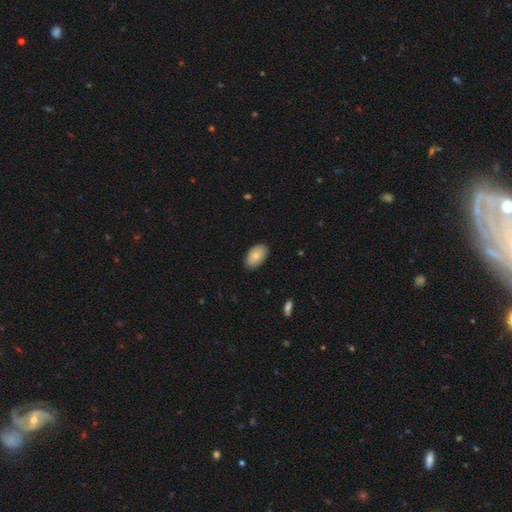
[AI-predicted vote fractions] Smooth or featured: smooth — 83% (featured or disk — 11%)
How rounded: in between — 94% (round — 5%)
Merging: none — 87% (minor disturbance — 10%)